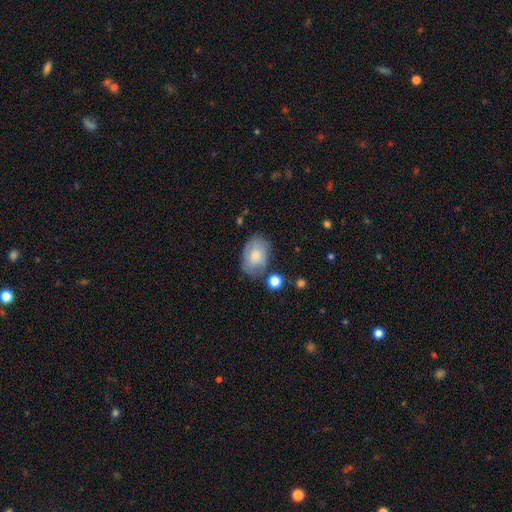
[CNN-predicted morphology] type=smooth (69%); roundness=in between (84%); merging=none (65%).